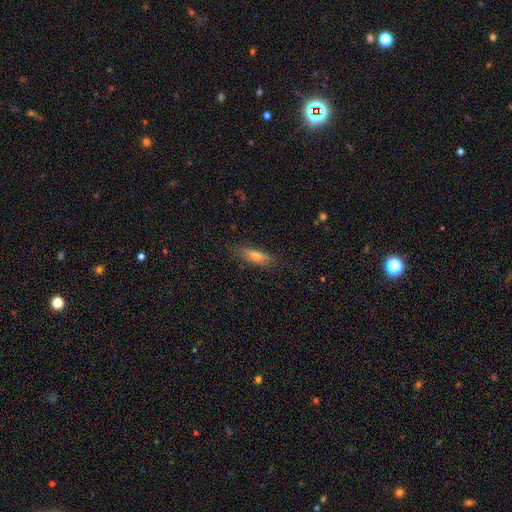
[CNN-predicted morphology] A smooth galaxy with no disk features (63%) that is cigar-shaped (64%). Merging: none (80%).